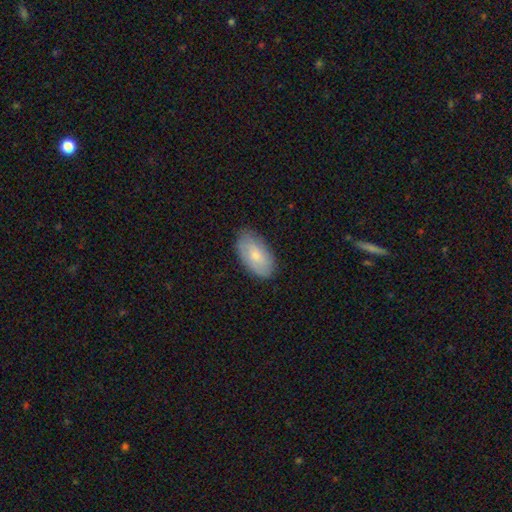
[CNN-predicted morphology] This is likely a smooth galaxy (67%). How rounded: clearly in between (94%). Merging: clearly none (81%).